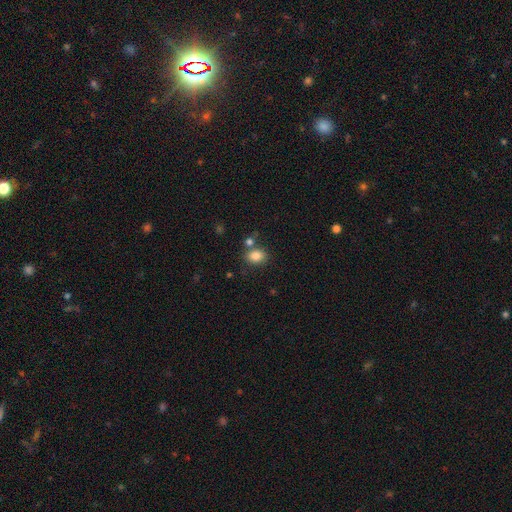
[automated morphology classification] This is clearly a smooth galaxy (84%). How rounded: likely in between (67%). Merging: likely none (68%).